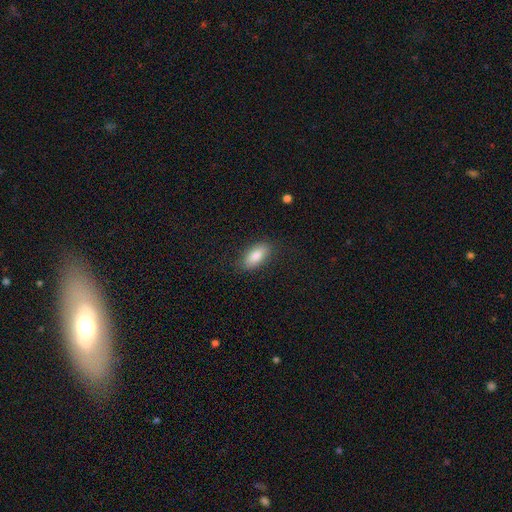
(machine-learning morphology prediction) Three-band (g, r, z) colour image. It shows a smooth galaxy with no disk features (83%) that is in between round and cigar-shaped (87%). Merging: none (84%).